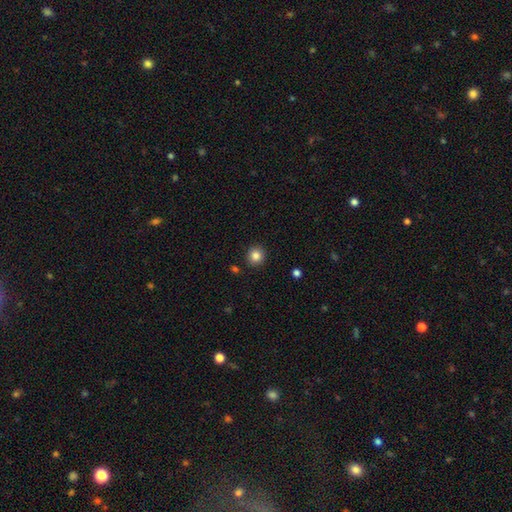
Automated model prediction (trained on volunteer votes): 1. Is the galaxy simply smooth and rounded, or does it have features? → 84% smooth, 11% star or artifact, 5% featured or disk.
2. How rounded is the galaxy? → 91% round, 8% in between, 1% cigar-shaped.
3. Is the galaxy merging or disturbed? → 91% none, 6% minor disturbance, 2% major disturbance, 2% merger.